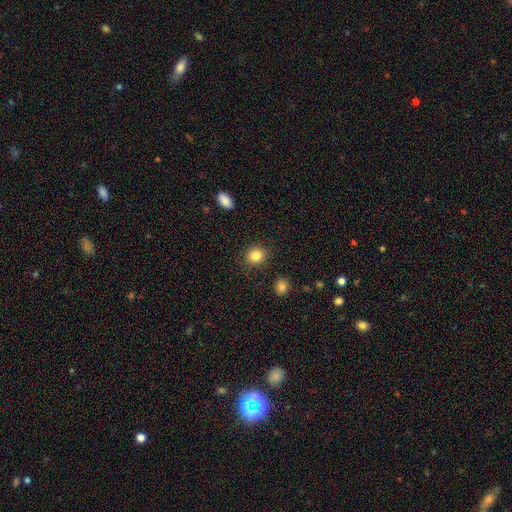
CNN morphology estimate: smooth-or-featured: smooth: 84% | star or artifact: 10% | featured or disk: 5%
  how-rounded: round: 71% | in between: 28% | cigar-shaped: 1%
  merging: none: 87% | minor disturbance: 9% | major disturbance: 3% | merger: 2%